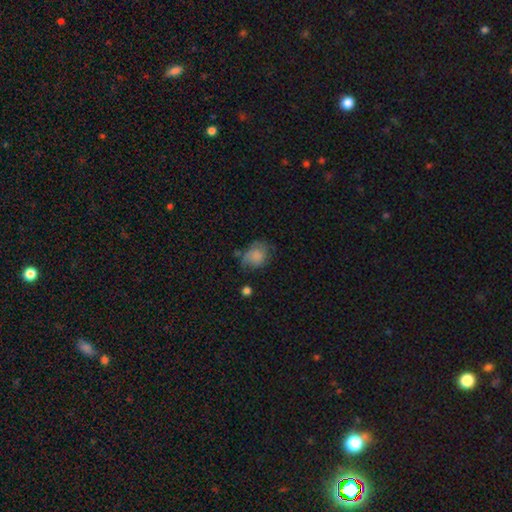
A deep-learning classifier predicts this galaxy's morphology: type=smooth (75%); roundness=in between (53%); merging=none (44%).